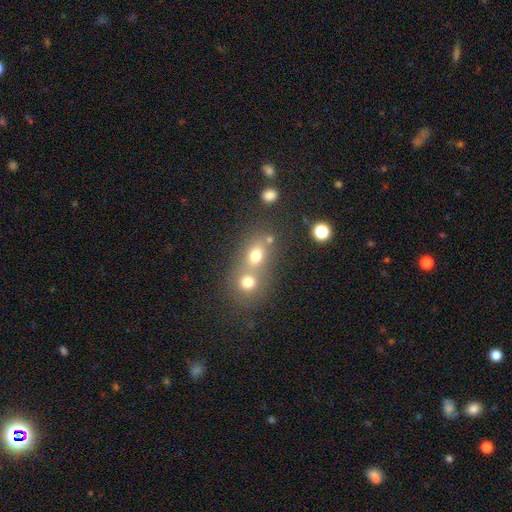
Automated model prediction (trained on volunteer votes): Q: Smooth or featured?
A: smooth (71%); runner-up: star or artifact (16%)
Q: How rounded?
A: round (60%); runner-up: in between (38%)
Q: Merging?
A: merger (50%); runner-up: none (39%)